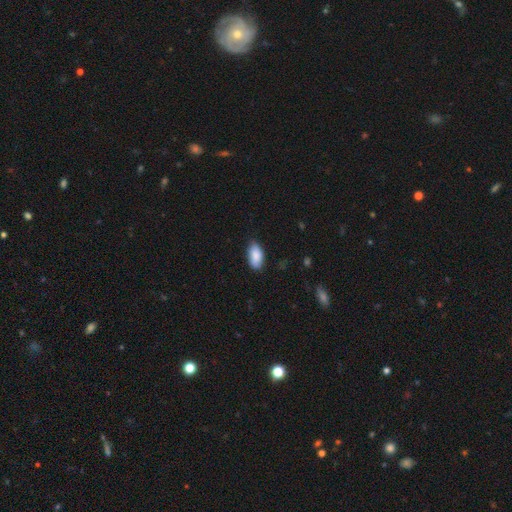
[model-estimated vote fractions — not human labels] The model was most divided on "merging": none: 76%, minor disturbance: 20%, major disturbance: 3%, merger: 1%. More confident: how rounded — in between (93%); smooth or featured — smooth (87%).